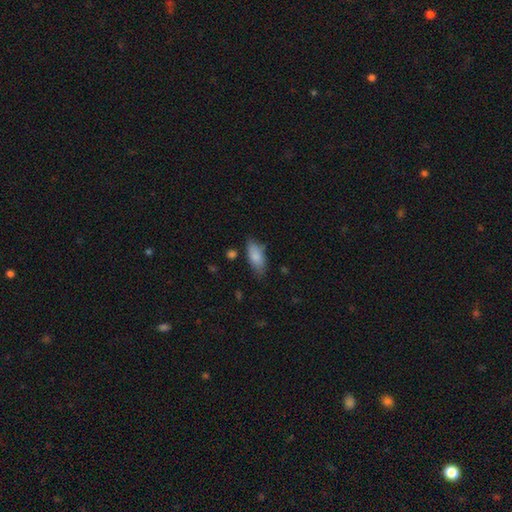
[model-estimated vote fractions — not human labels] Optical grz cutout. It shows a smooth galaxy with no disk features (84%) that is in between round and cigar-shaped (84%). Merging: none (69%).